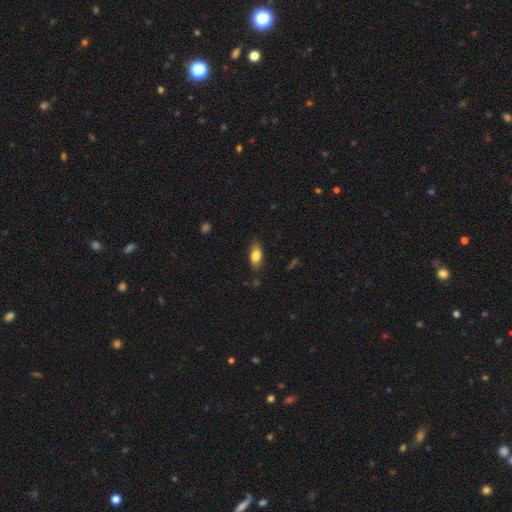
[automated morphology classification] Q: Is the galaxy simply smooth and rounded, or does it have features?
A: smooth — 80%.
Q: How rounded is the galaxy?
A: in between — 86%.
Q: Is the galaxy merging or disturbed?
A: none — 82%.